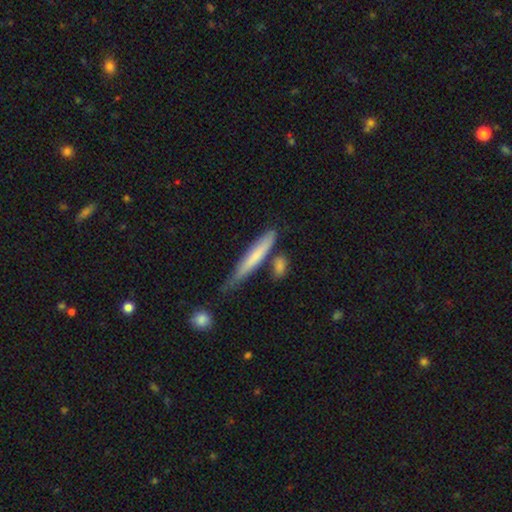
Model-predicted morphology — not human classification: This appears to be a smooth galaxy with no disk features (66%) that is cigar-shaped (93%). Merging: none (58%).